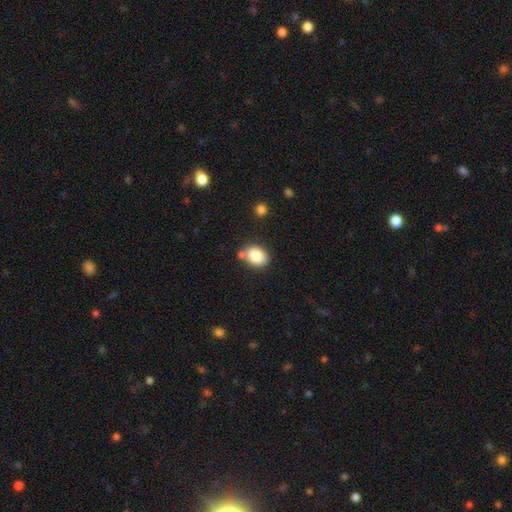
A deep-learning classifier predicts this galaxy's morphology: type=smooth (85%); roundness=in between (59%); merging=none (70%).